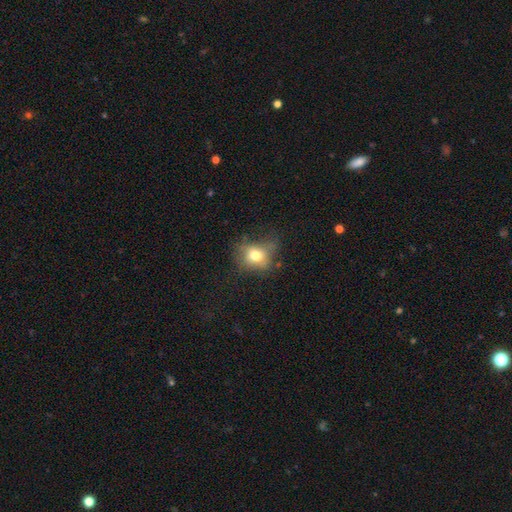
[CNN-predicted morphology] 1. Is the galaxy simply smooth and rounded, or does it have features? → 70% smooth, 18% featured or disk, 13% star or artifact.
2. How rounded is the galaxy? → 55% round, 44% in between, 1% cigar-shaped.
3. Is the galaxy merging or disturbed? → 46% none, 29% minor disturbance, 22% major disturbance, 3% merger.